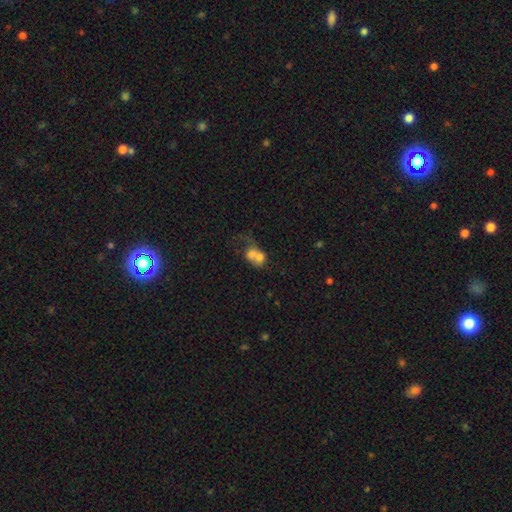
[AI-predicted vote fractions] Smooth or featured: smooth — 64% (featured or disk — 25%)
How rounded: round — 53% (in between — 45%)
Merging: merger — 69% (none — 14%)